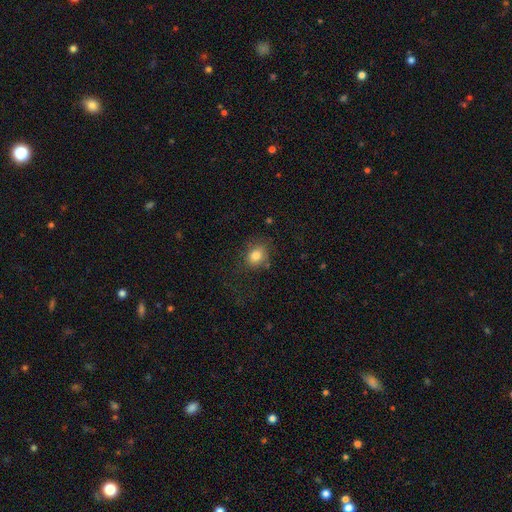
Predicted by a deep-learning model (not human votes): This is likely a smooth galaxy (80%). How rounded: possibly round (59%). Merging: likely none (71%).